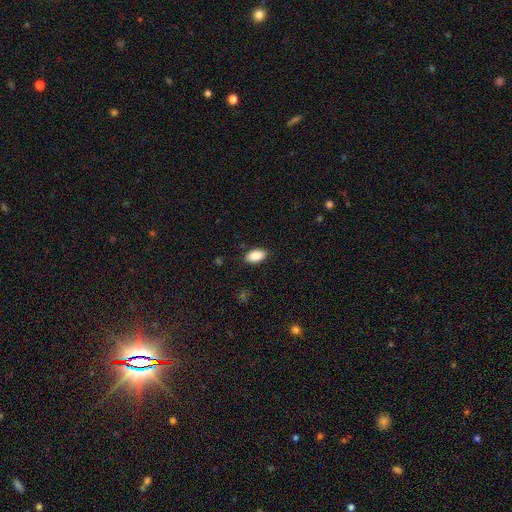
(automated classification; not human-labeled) Smooth or featured? smooth (88%)
How rounded? in between (94%)
Merging? none (88%)